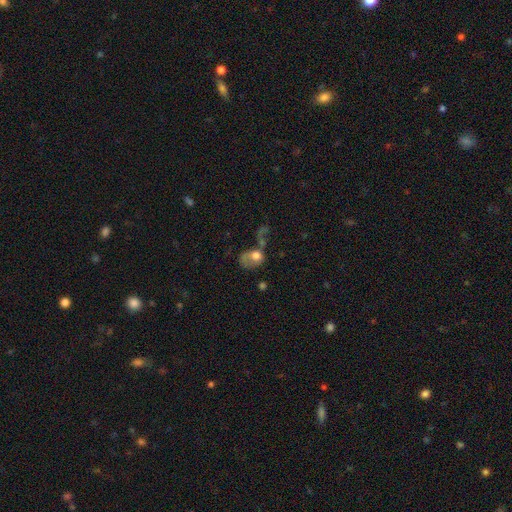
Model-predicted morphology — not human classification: A smooth galaxy with no disk features (63%) that is in between round and cigar-shaped (57%).

Vote fractions:
- Smooth or featured? smooth: 63% / featured or disk: 26% / star or artifact: 10%
- How rounded? in between: 57% / round: 42% / cigar-shaped: 2%
- Merging? major disturbance: 40% / merger: 30% / none: 17% / minor disturbance: 14%